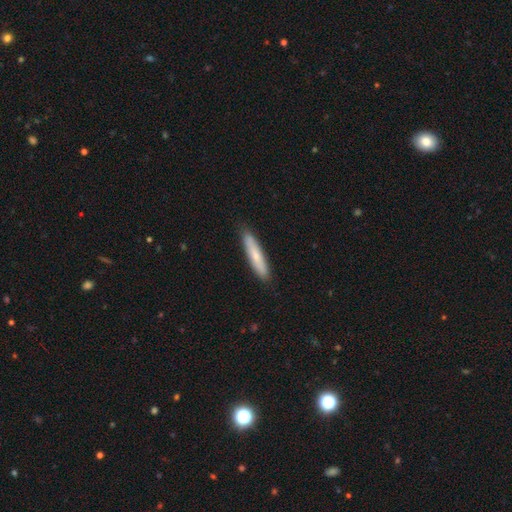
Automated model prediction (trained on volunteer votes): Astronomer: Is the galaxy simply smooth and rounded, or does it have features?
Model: smooth — 67%.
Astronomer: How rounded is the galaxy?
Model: cigar-shaped — 89%.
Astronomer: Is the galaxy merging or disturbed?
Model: none — 88%.